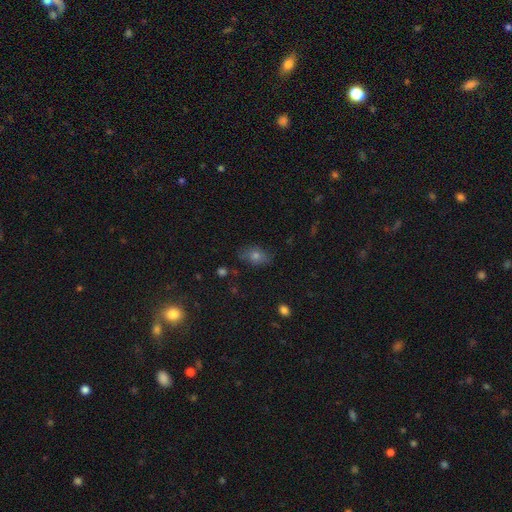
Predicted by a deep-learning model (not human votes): This is likely a smooth galaxy (64%). How rounded: likely in between (76%). Merging: likely none (78%).